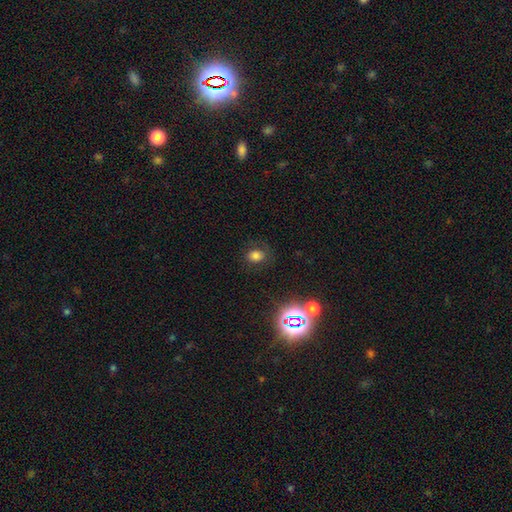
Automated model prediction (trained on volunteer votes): The model was most divided on "how rounded": in between: 50%, round: 49%, cigar-shaped: 1%. More confident: merging — none (75%); smooth or featured — smooth (71%).